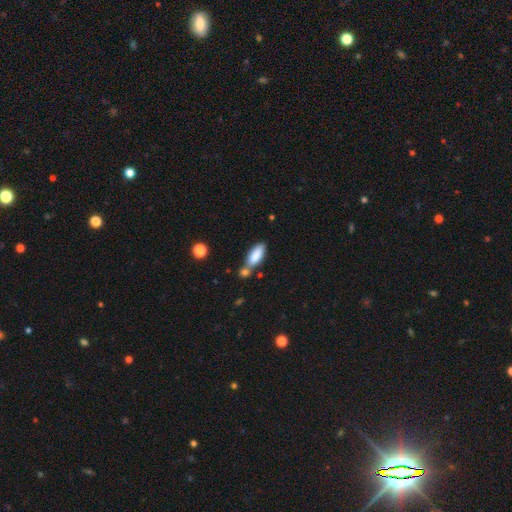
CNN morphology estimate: Smooth or featured?
  - smooth: 85% *
  - featured or disk: 8%
  - star or artifact: 7%
How rounded?
  - in between: 77% *
  - cigar-shaped: 21%
  - round: 2%
Merging?
  - none: 50% *
  - merger: 31%
  - minor disturbance: 15%
  - major disturbance: 4%